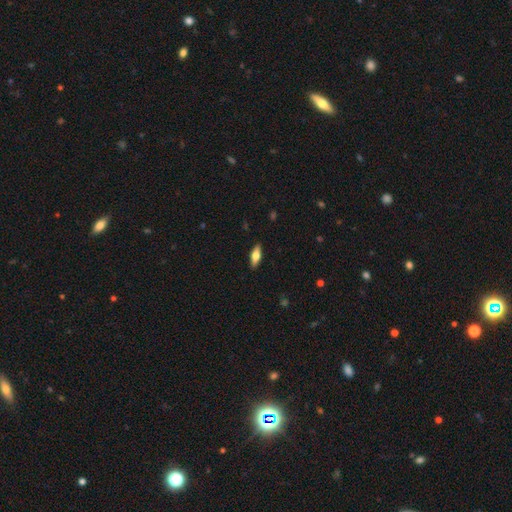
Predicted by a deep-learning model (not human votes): The model was most divided on "smooth or featured": smooth: 59%, featured or disk: 34%, star or artifact: 6%. More confident: merging — none (89%); how rounded — in between (68%).